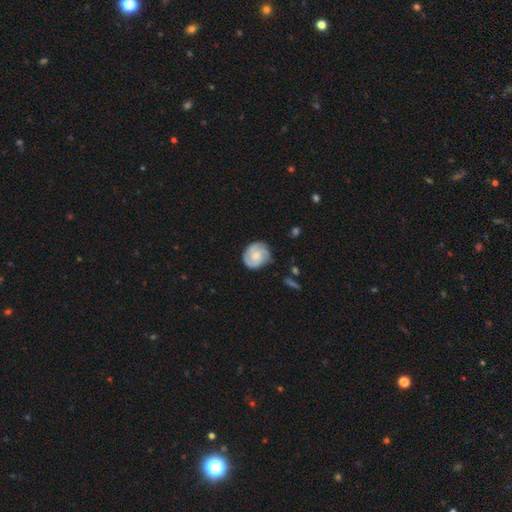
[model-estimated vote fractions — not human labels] featured or disk 69%, smooth 25%, star or artifact 6%. Down the decision tree: edge-on disk — no (98%); bar — no (73%); spiral arms — yes (95%); spiral arm count — 3 (47%); spiral winding — tight (58%); bulge size — small (49%); merging — none (75%).